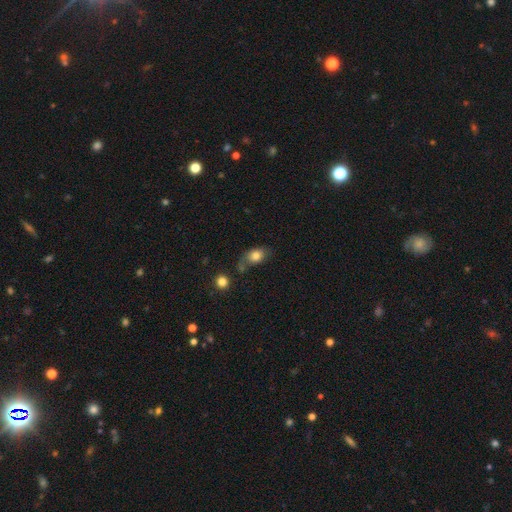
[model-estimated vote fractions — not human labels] Smooth or featured? Predicted: smooth (p=0.78). How rounded? Predicted: in between (p=0.74). Merging? Predicted: none (p=0.47).